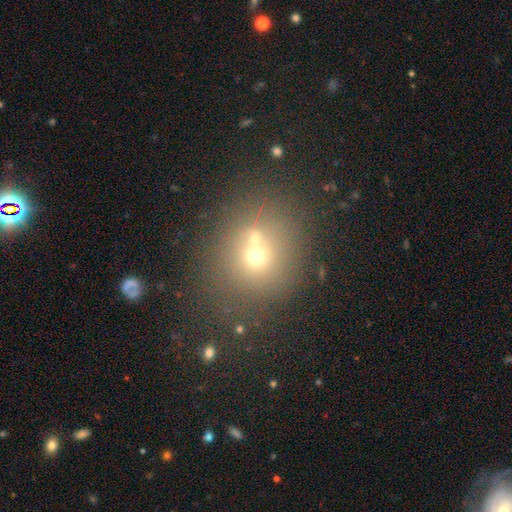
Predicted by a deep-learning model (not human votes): smooth 57%, star or artifact 23%, featured or disk 20%. Down the decision tree: how rounded — round (78%); merging — none (48%).